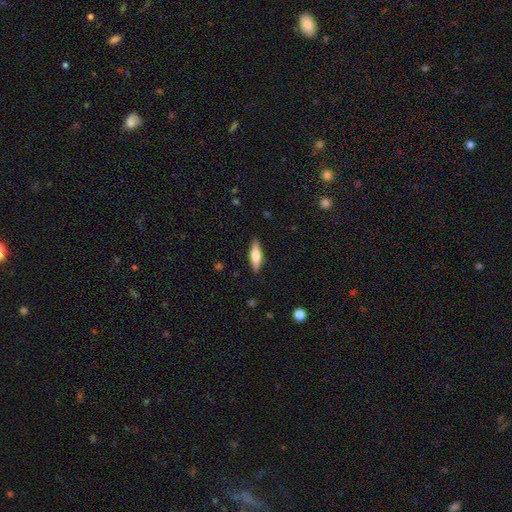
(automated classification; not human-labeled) smooth-or-featured: smooth: 57% | featured or disk: 37% | star or artifact: 6%
  how-rounded: cigar-shaped: 54% | in between: 43% | round: 2%
  merging: none: 88% | minor disturbance: 9% | major disturbance: 2% | merger: 1%